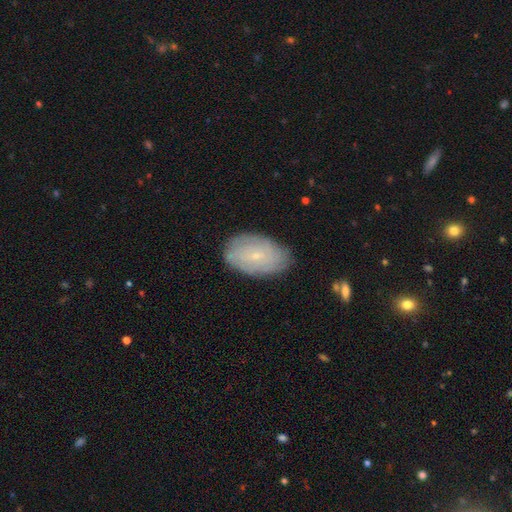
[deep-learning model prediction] smooth_or_featured: featured or disk (p=0.46) [tied with: smooth p=0.46]
merging: none (p=0.81) [alt: minor disturbance p=0.15]